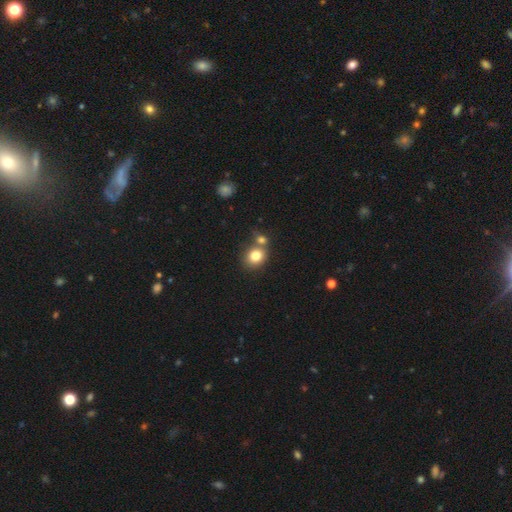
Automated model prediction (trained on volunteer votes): smooth-or-featured: smooth: 80% | star or artifact: 10% | featured or disk: 9%
  how-rounded: round: 68% | in between: 31% | cigar-shaped: 1%
  merging: none: 54% | merger: 33% | minor disturbance: 10% | major disturbance: 3%